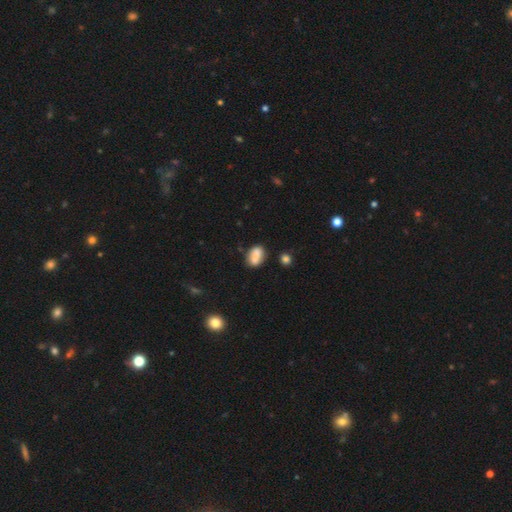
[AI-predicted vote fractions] Smooth or featured? Predicted: smooth (p=0.79). How rounded? Predicted: in between (p=0.80). Merging? Predicted: none (p=0.72).